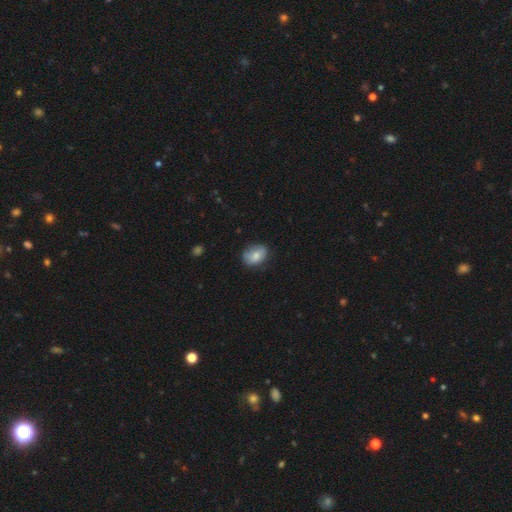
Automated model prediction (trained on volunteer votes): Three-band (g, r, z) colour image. It shows a smooth galaxy with no disk features (73%) that is in between round and cigar-shaped (72%). Merging: none (67%).